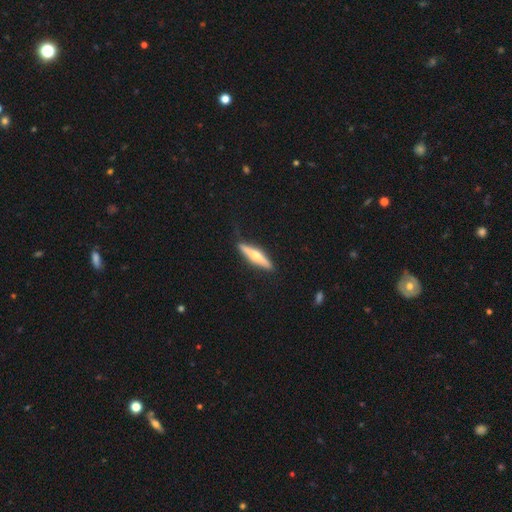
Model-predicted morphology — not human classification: Smooth or featured? featured or disk (54%)
Edge-on disk? yes (94%)
Edge-on bulge? rounded (85%)
Merging? none (81%)